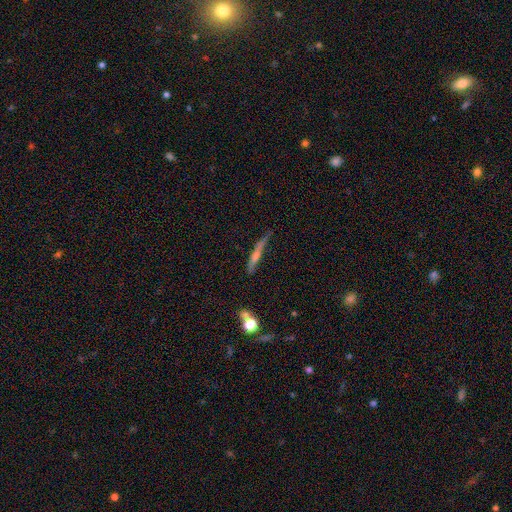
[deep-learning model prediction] Smooth or featured: featured or disk — 55% (smooth — 35%)
Edge-on disk: yes — 92% (no — 8%)
Edge-on bulge: rounded — 59% (none — 30%)
Merging: none — 64% (minor disturbance — 23%)